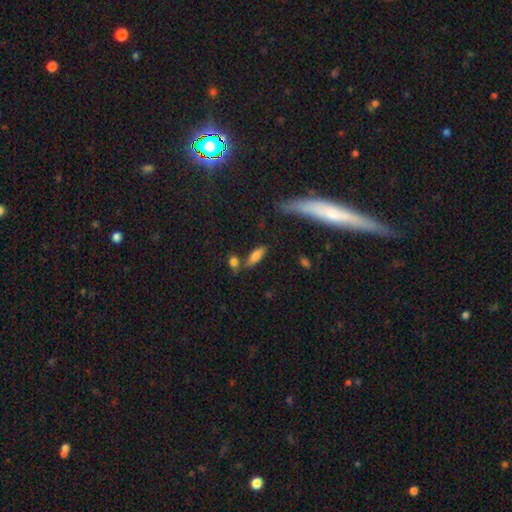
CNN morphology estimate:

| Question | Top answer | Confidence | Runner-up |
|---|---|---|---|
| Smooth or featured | smooth | 77% | featured or disk (14%) |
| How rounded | in between | 61% | cigar-shaped (36%) |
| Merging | none | 66% | merger (16%) |